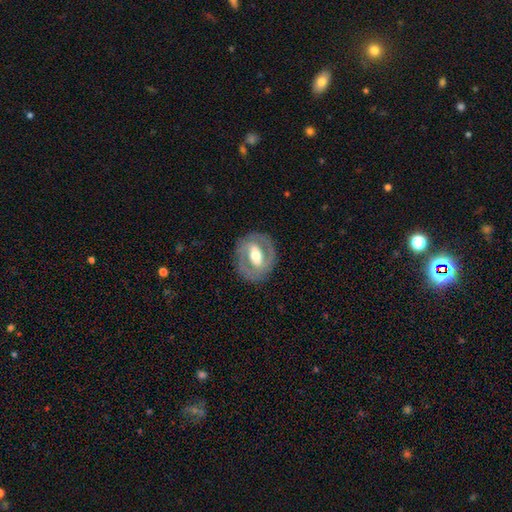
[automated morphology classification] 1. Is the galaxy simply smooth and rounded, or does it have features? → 73% featured or disk, 22% smooth, 5% star or artifact.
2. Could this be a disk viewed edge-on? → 94% no, 6% yes.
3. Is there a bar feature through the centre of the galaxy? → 45% strong, 35% weak, 20% no.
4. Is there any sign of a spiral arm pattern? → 61% yes, 39% no.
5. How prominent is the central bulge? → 68% moderate, 17% large, 13% small, 1% dominant, 1% none.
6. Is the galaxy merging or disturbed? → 83% none, 10% minor disturbance, 5% major disturbance, 1% merger.